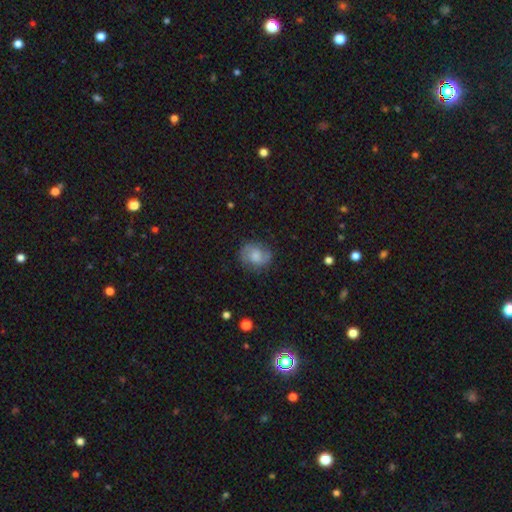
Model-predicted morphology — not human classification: Smooth or featured? featured or disk (49%)
Merging? none (75%)